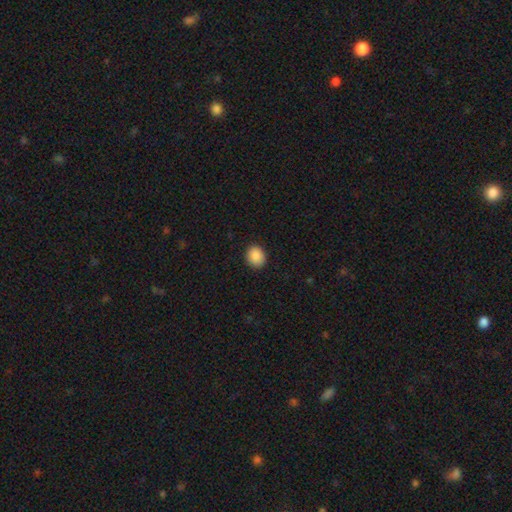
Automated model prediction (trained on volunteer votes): Q: Smooth or featured?
A: smooth (89%); runner-up: star or artifact (8%)
Q: How rounded?
A: round (63%); runner-up: in between (37%)
Q: Merging?
A: none (89%); runner-up: minor disturbance (8%)